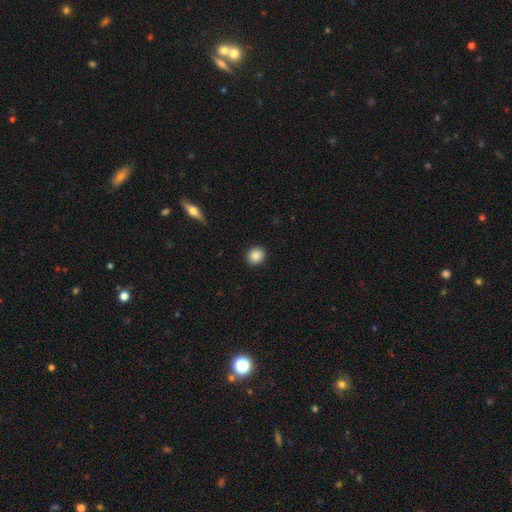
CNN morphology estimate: smooth 88%, star or artifact 9%, featured or disk 4%. Down the decision tree: how rounded — round (83%); merging — none (92%).